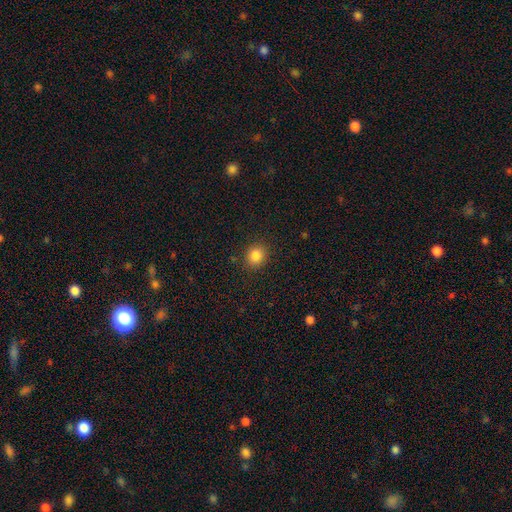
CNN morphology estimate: smooth 84%, star or artifact 11%, featured or disk 5%. Down the decision tree: how rounded — round (75%); merging — none (88%).